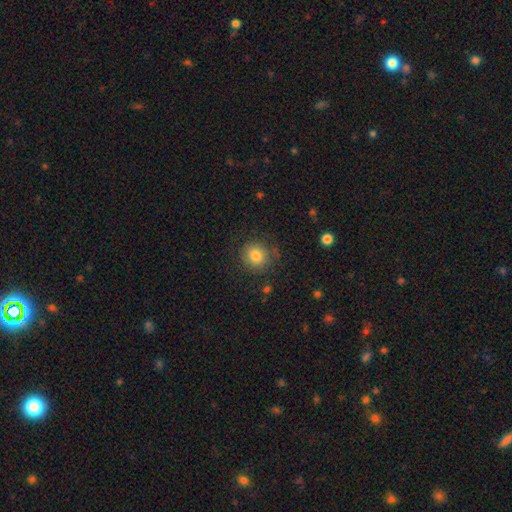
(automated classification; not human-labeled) A smooth galaxy with no disk features (80%) that is round (88%).

Vote fractions:
- Smooth or featured? smooth: 80% / star or artifact: 11% / featured or disk: 10%
- How rounded? round: 88% / in between: 11% / cigar-shaped: 1%
- Merging? none: 82% / minor disturbance: 11% / major disturbance: 5% / merger: 2%